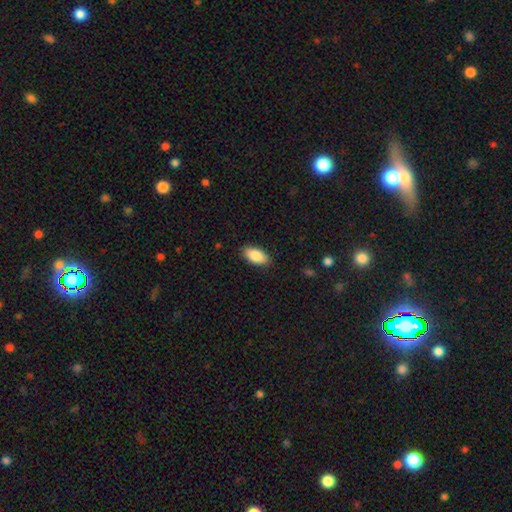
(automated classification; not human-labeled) Morphology: type=smooth (87%); roundness=in between (93%); merging=none (88%).